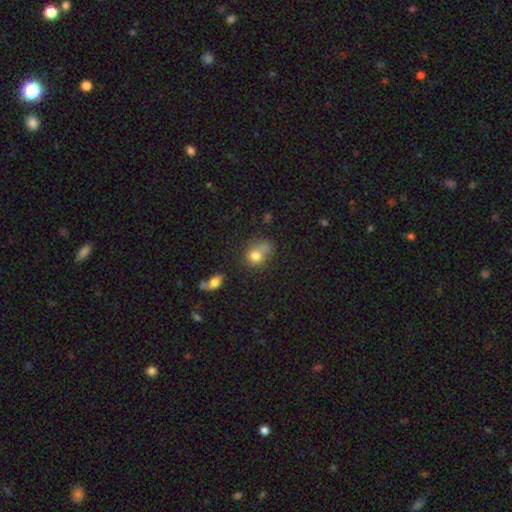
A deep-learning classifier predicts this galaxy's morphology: A smooth galaxy with no disk features (77%) that is round (61%).

Vote fractions:
- Smooth or featured? smooth: 77% / featured or disk: 12% / star or artifact: 11%
- How rounded? round: 61% / in between: 38% / cigar-shaped: 1%
- Merging? none: 39% / merger: 28% / minor disturbance: 20% / major disturbance: 13%